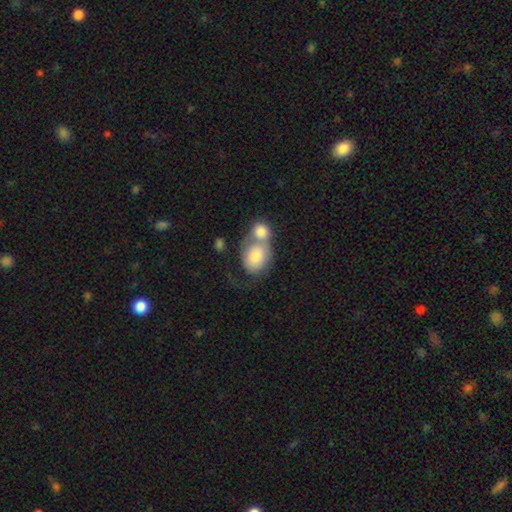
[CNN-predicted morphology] Smooth or featured: smooth — 77% (featured or disk — 16%)
How rounded: round — 59% (in between — 39%)
Merging: merger — 63% (none — 22%)